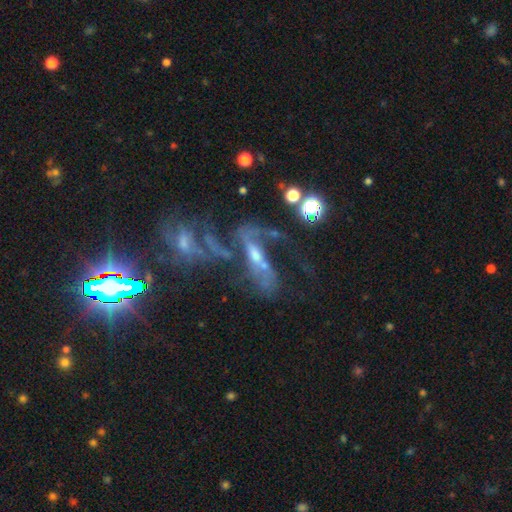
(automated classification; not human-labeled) Q: Smooth or featured?
A: featured or disk (70%); runner-up: star or artifact (17%)
Q: Edge-on disk?
A: no (88%); runner-up: yes (12%)
Q: Bar?
A: no (42%); runner-up: weak (35%)
Q: Spiral arms?
A: yes (76%); runner-up: no (24%)
Q: Bulge size?
A: moderate (40%); runner-up: small (39%)
Q: Merging?
A: merger (39%); runner-up: major disturbance (27%)